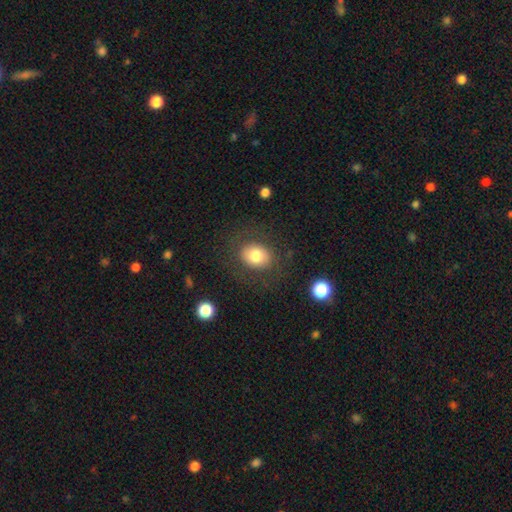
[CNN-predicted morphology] Smooth or featured? smooth (77%)
How rounded? in between (51%)
Merging? none (80%)